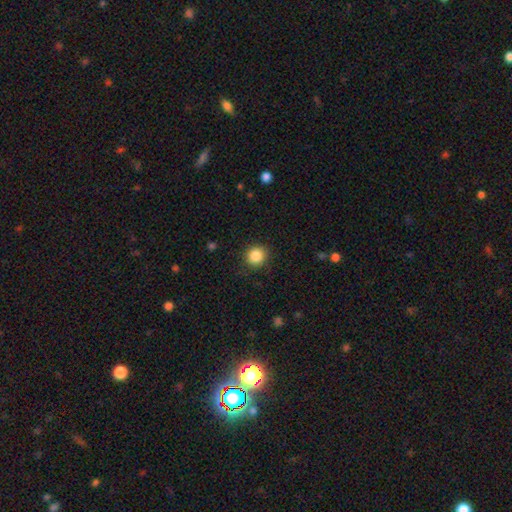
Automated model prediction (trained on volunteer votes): smooth-or-featured: smooth: 86% | star or artifact: 10% | featured or disk: 4%
  how-rounded: round: 91% | in between: 8% | cigar-shaped: 1%
  merging: none: 89% | minor disturbance: 8% | major disturbance: 3% | merger: 1%